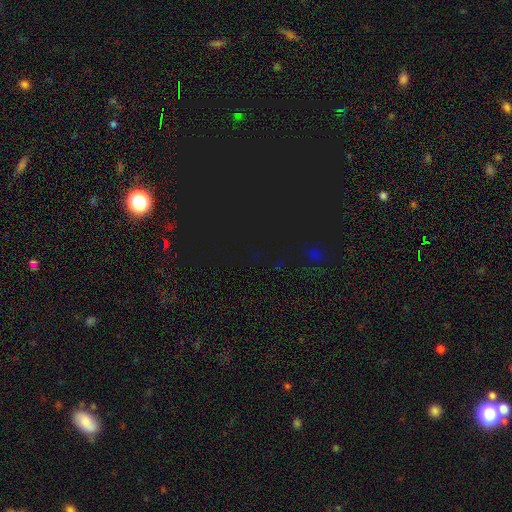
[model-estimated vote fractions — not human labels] Smooth or featured: star or artifact — 82% (smooth — 12%)